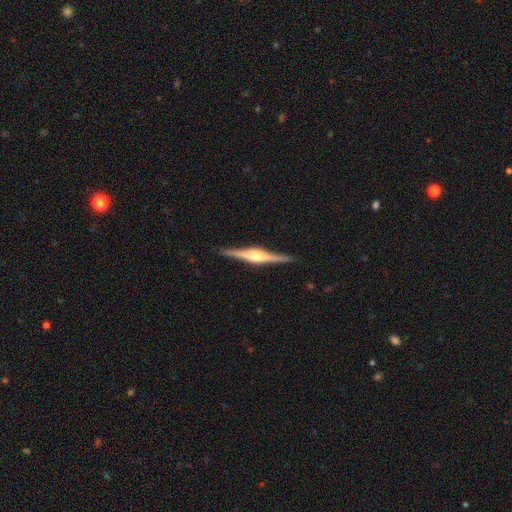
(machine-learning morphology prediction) This is clearly a featured or disk galaxy (84%). It is clearly viewed edge-on (98%). Edge-on bulge: clearly rounded (81%). Merging: clearly none (91%).